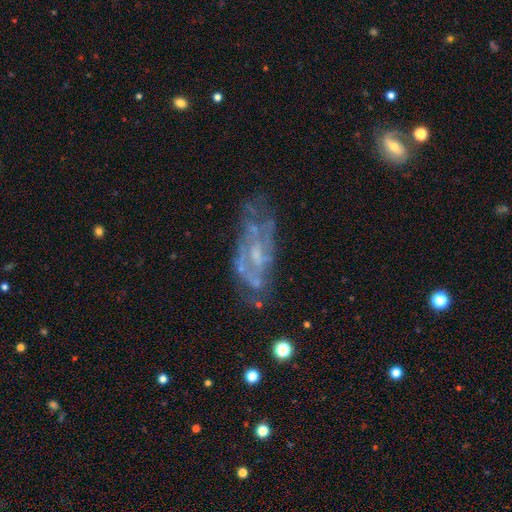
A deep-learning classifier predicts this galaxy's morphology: Q: Smooth or featured?
A: featured or disk (74%); runner-up: smooth (16%)
Q: Edge-on disk?
A: no (90%); runner-up: yes (10%)
Q: Bar?
A: no (56%); runner-up: weak (35%)
Q: Spiral arms?
A: yes (63%); runner-up: no (37%)
Q: Bulge size?
A: small (43%); runner-up: none (32%)
Q: Merging?
A: none (56%); runner-up: minor disturbance (23%)